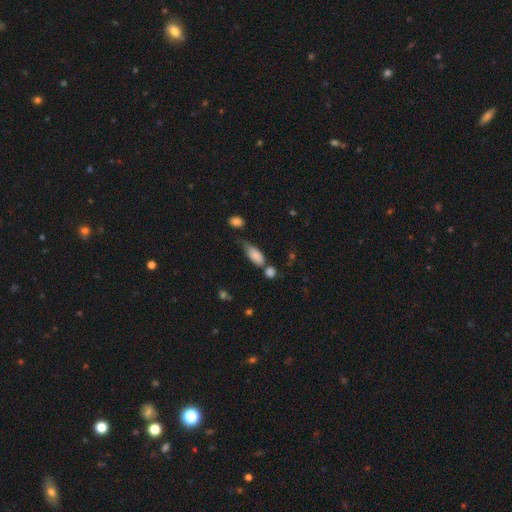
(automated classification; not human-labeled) Smooth or featured?
  - smooth: 82% *
  - featured or disk: 9%
  - star or artifact: 8%
How rounded?
  - in between: 79% *
  - cigar-shaped: 18%
  - round: 4%
Merging?
  - none: 31% *
  - minor disturbance: 30%
  - merger: 23%
  - major disturbance: 16%